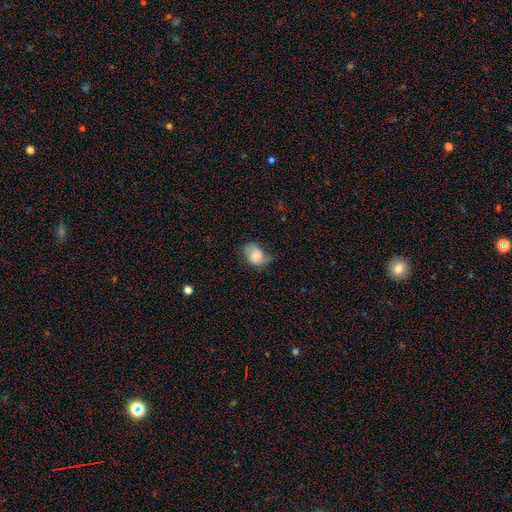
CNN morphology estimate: Smooth or featured? smooth (58%)
How rounded? in between (72%)
Merging? minor disturbance (37%)